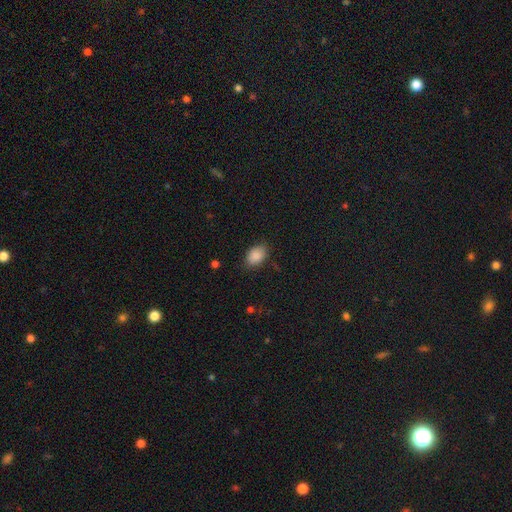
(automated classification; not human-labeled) smooth-or-featured: smooth: 88% | star or artifact: 8% | featured or disk: 5%
  how-rounded: in between: 84% | round: 15% | cigar-shaped: 1%
  merging: none: 79% | minor disturbance: 16% | major disturbance: 4% | merger: 1%